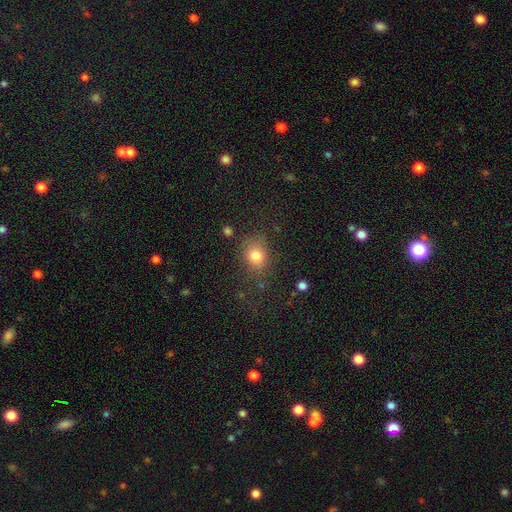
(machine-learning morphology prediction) The model was most divided on "how rounded": round: 54%, in between: 45%, cigar-shaped: 1%. More confident: smooth or featured — smooth (79%); merging — none (73%).